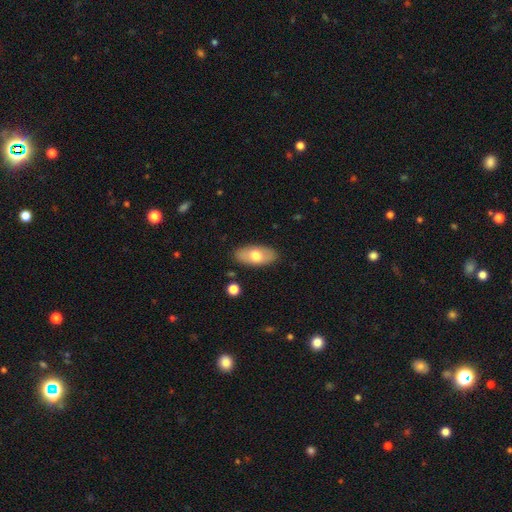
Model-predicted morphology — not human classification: Smooth or featured: smooth — 65% (featured or disk — 29%)
How rounded: in between — 91% (cigar-shaped — 5%)
Merging: none — 86% (minor disturbance — 10%)